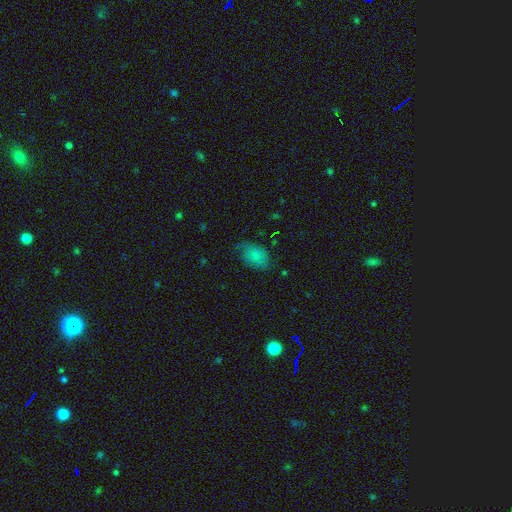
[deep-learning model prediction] The model was most divided on "merging": none: 56%, minor disturbance: 31%, major disturbance: 11%, merger: 2%. More confident: how rounded — in between (86%); smooth or featured — smooth (73%).